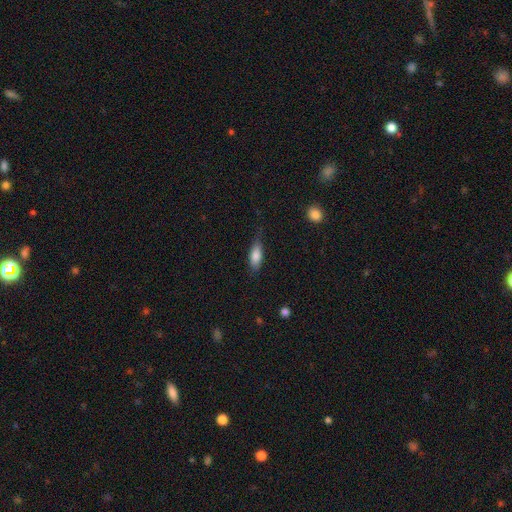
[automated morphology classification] Smooth or featured?
  - smooth: 80% *
  - featured or disk: 13%
  - star or artifact: 7%
How rounded?
  - in between: 70% *
  - cigar-shaped: 28%
  - round: 2%
Merging?
  - none: 68% *
  - minor disturbance: 24%
  - major disturbance: 6%
  - merger: 2%